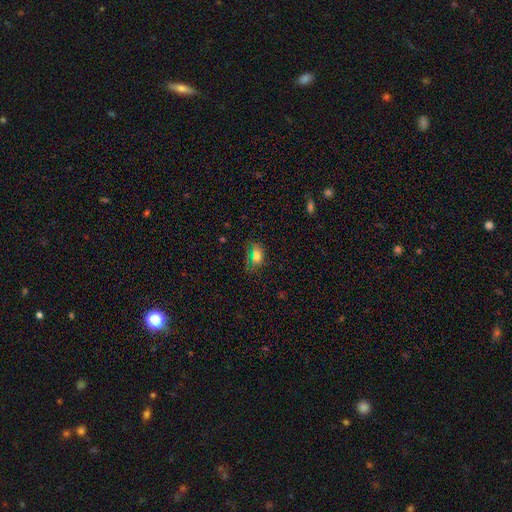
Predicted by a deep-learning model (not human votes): Q: Smooth or featured?
A: smooth (66%); runner-up: star or artifact (21%)
Q: How rounded?
A: in between (74%); runner-up: round (22%)
Q: Merging?
A: none (68%); runner-up: minor disturbance (20%)